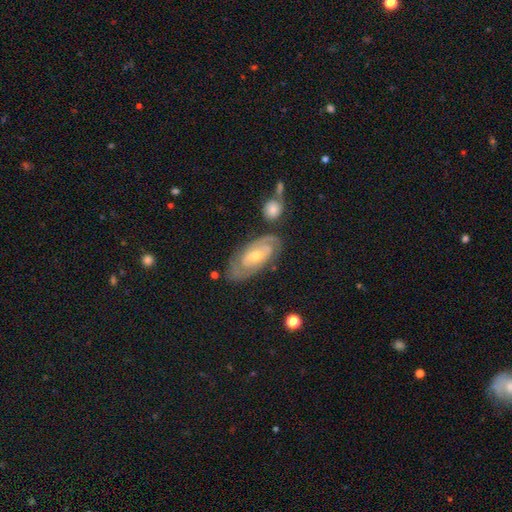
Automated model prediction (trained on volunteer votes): A featured or disk galaxy (81%) with no bar (51%), 2 (71%) tight (64%) spiral arms (92%) and a moderate central bulge (52%). Merging: none (75%).